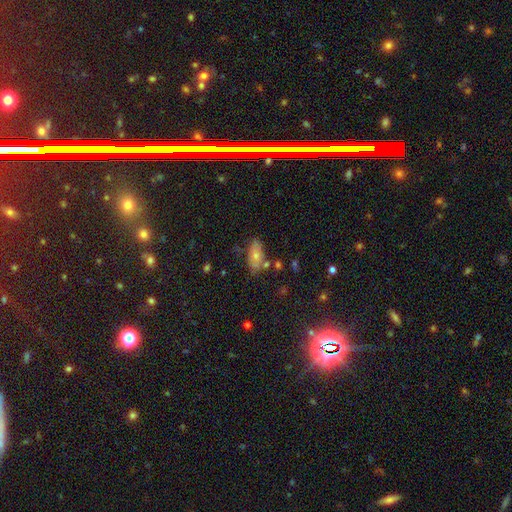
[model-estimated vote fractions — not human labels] A smooth galaxy with no disk features (68%) that is in between round and cigar-shaped (88%).

Vote fractions:
- Smooth or featured? smooth: 68% / featured or disk: 23% / star or artifact: 10%
- How rounded? in between: 88% / cigar-shaped: 7% / round: 5%
- Merging? none: 68% / minor disturbance: 19% / merger: 8% / major disturbance: 5%